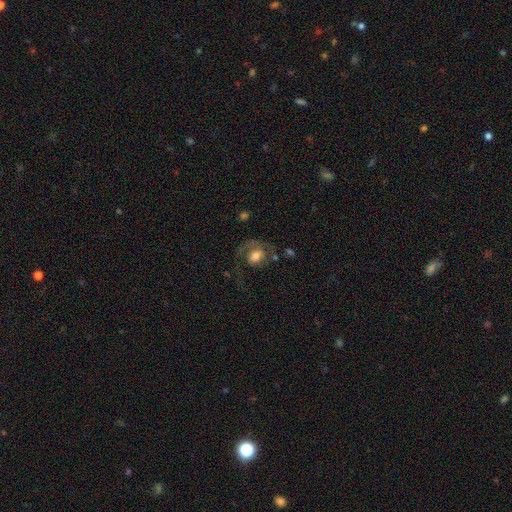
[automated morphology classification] type=smooth (49%); merging=major disturbance (39%, tied with none).